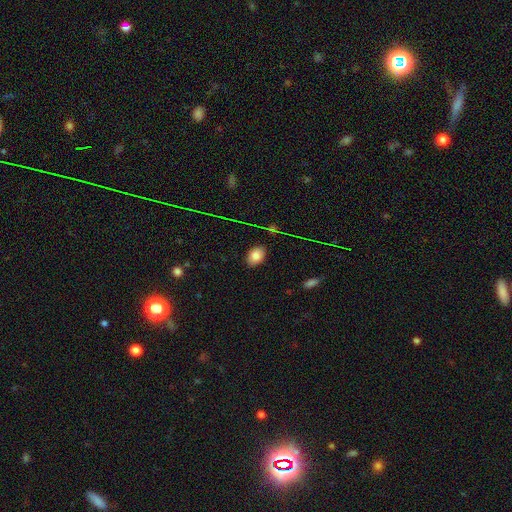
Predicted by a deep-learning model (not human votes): A smooth galaxy with no disk features (80%) that is in between round and cigar-shaped (81%). Merging: none (86%).